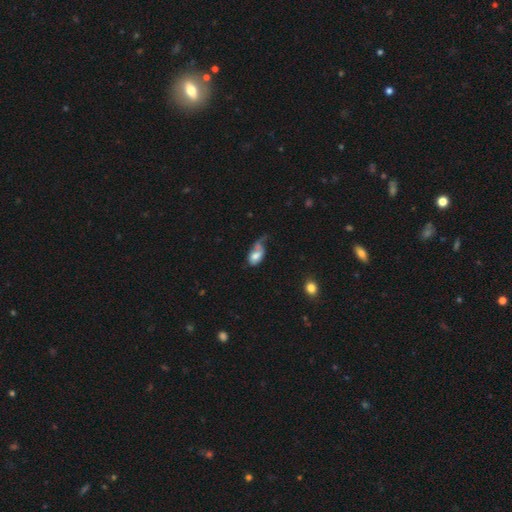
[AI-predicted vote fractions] A smooth galaxy with no disk features (65%) that is in between round and cigar-shaped (87%). Merging: major disturbance (37%).